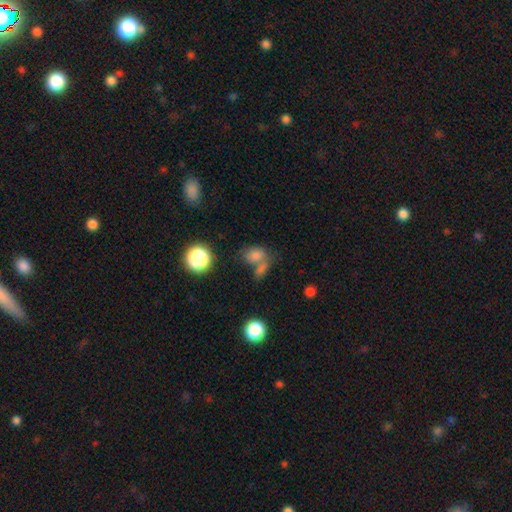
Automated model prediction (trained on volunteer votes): Morphology: type=smooth (75%); roundness=in between (68%); merging=merger (46%).